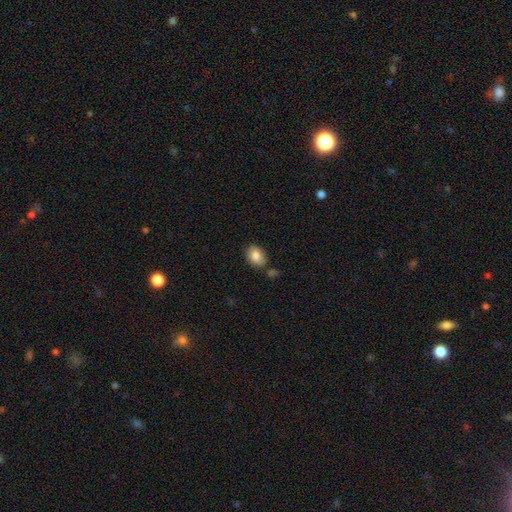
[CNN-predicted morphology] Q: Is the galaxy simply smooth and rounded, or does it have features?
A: smooth — 85%.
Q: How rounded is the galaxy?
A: in between — 74%.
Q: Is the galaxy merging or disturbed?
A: none — 74%.